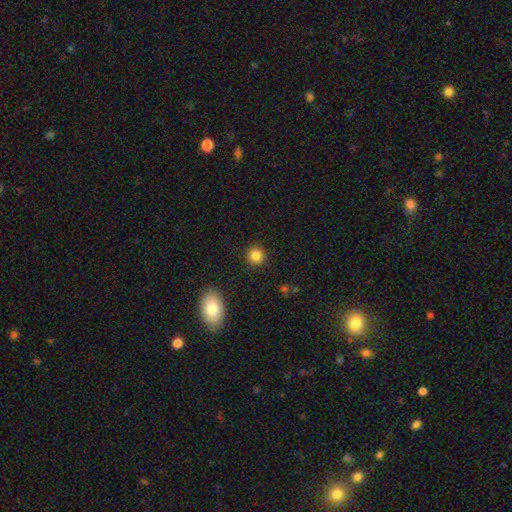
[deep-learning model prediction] A smooth galaxy with no disk features (85%) that is round (92%).

Vote fractions:
- Smooth or featured? smooth: 85% / star or artifact: 11% / featured or disk: 5%
- How rounded? round: 92% / in between: 7% / cigar-shaped: 1%
- Merging? none: 91% / minor disturbance: 6% / major disturbance: 2% / merger: 1%